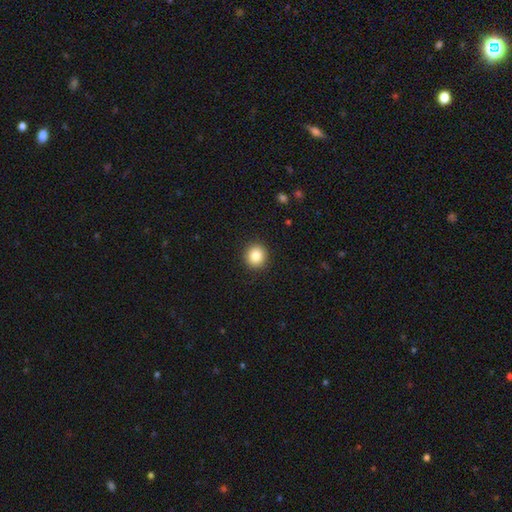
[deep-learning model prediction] Smooth or featured? smooth (84%)
How rounded? round (92%)
Merging? none (92%)